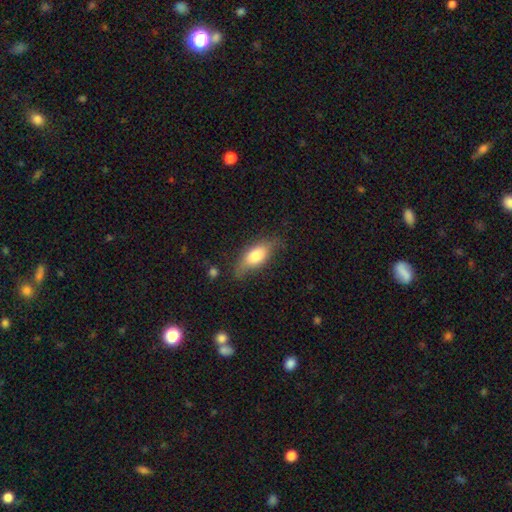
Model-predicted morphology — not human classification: This appears to be a smooth galaxy with no disk features (69%) that is in between round and cigar-shaped (77%). Merging: none (66%).